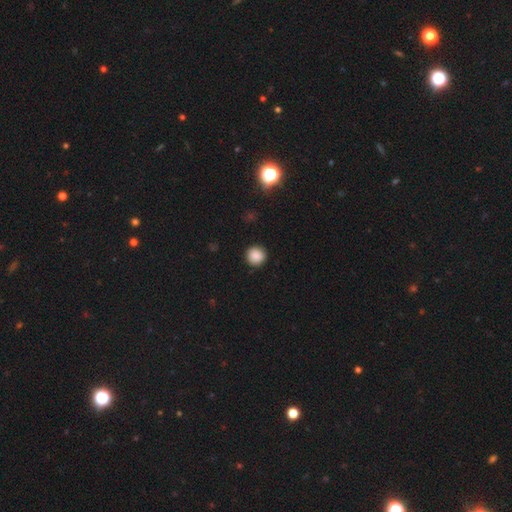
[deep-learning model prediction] smooth_or_featured: smooth (p=0.87) [alt: star or artifact p=0.10]
how_rounded: round (p=0.94) [alt: in between p=0.05]
merging: none (p=0.91) [alt: minor disturbance p=0.06]